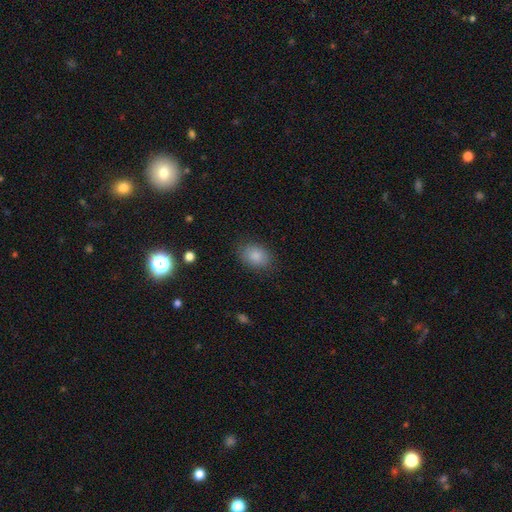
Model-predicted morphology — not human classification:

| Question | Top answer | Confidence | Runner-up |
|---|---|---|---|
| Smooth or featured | smooth | 85% | star or artifact (8%) |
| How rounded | in between | 71% | round (28%) |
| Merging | none | 82% | minor disturbance (13%) |